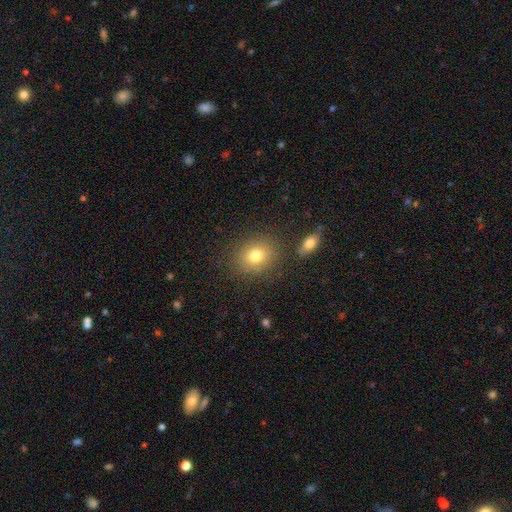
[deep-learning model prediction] Smooth or featured?
  - smooth: 78% *
  - star or artifact: 11%
  - featured or disk: 11%
How rounded?
  - round: 55% *
  - in between: 44%
  - cigar-shaped: 1%
Merging?
  - none: 81% *
  - minor disturbance: 11%
  - merger: 5%
  - major disturbance: 4%